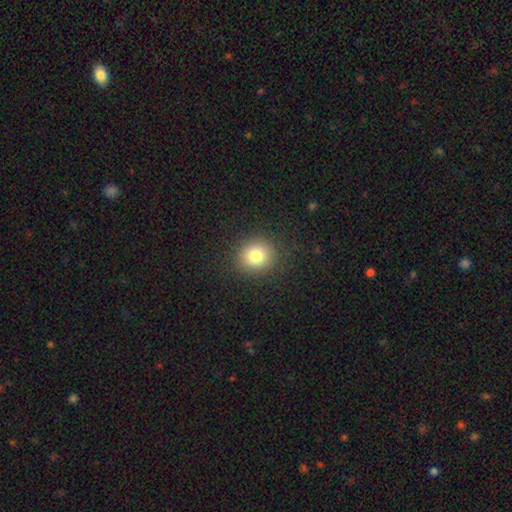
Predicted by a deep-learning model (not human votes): Smooth or featured?
  - smooth: 80% *
  - star or artifact: 12%
  - featured or disk: 8%
How rounded?
  - round: 84% *
  - in between: 15%
  - cigar-shaped: 1%
Merging?
  - none: 89% *
  - minor disturbance: 7%
  - major disturbance: 3%
  - merger: 1%